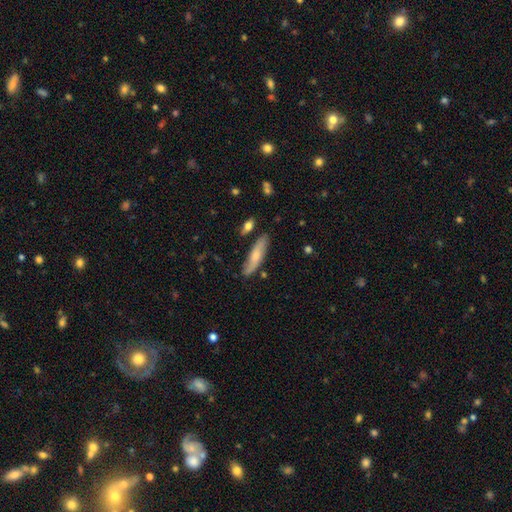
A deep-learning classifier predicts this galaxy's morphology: Overall: smooth (62%; featured or disk 32%). How rounded: cigar-shaped (69%; in between 29%). Merging: none (81%).